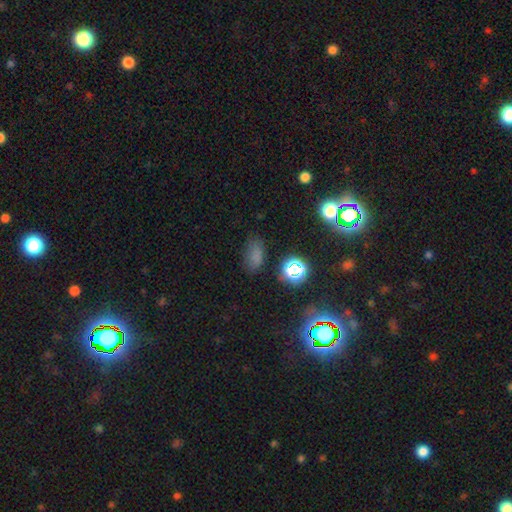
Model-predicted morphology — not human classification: A smooth galaxy with no disk features (69%) that is in between round and cigar-shaped (87%).

Vote fractions:
- Smooth or featured? smooth: 69% / star or artifact: 25% / featured or disk: 6%
- How rounded? in between: 87% / round: 10% / cigar-shaped: 4%
- Merging? none: 76% / minor disturbance: 16% / major disturbance: 6% / merger: 3%